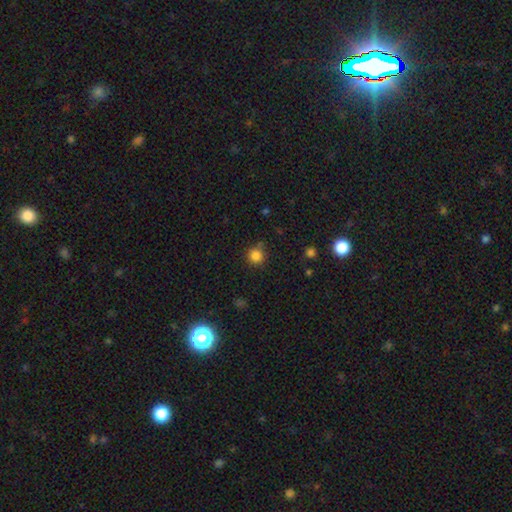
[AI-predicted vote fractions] Overall: smooth (83%). How rounded: round (94%). Merging: none (81%).